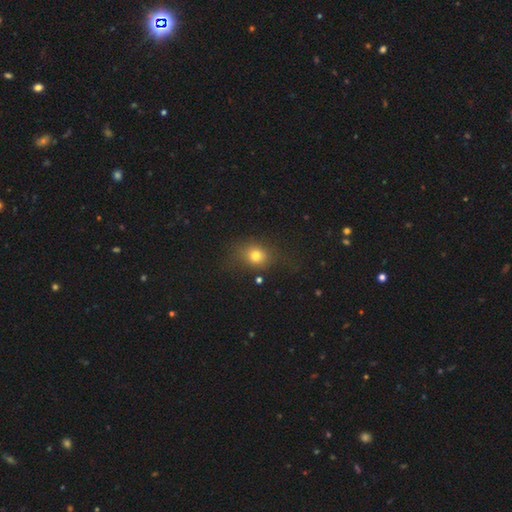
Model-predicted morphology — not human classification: smooth 75%, star or artifact 15%, featured or disk 10%. Down the decision tree: how rounded — round (63%); merging — none (68%).